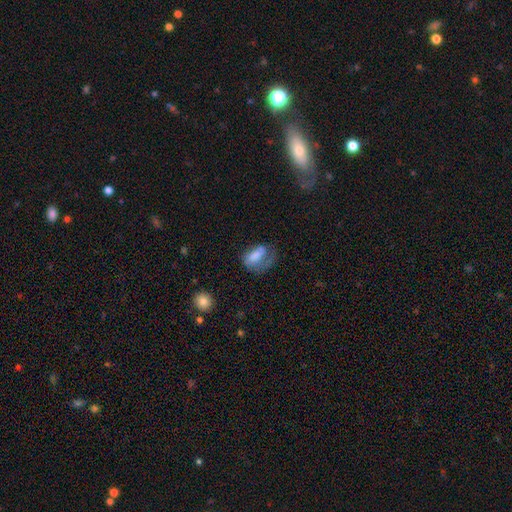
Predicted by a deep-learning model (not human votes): This is possibly a smooth galaxy (60%). How rounded: clearly in between (83%). Merging: marginally major disturbance (40%).